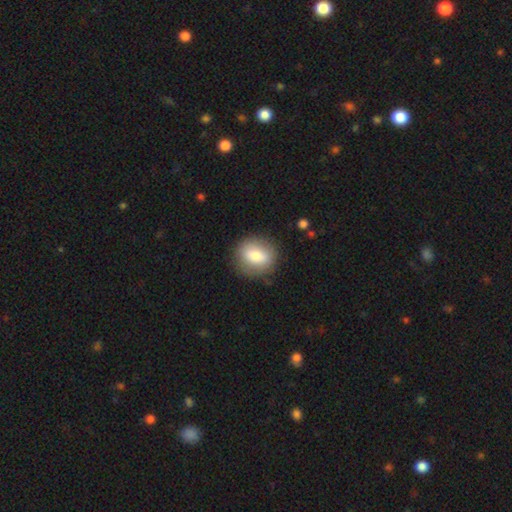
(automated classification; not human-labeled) The model was most divided on "how rounded": round: 71%, in between: 28%, cigar-shaped: 1%. More confident: merging — none (84%); smooth or featured — smooth (73%).